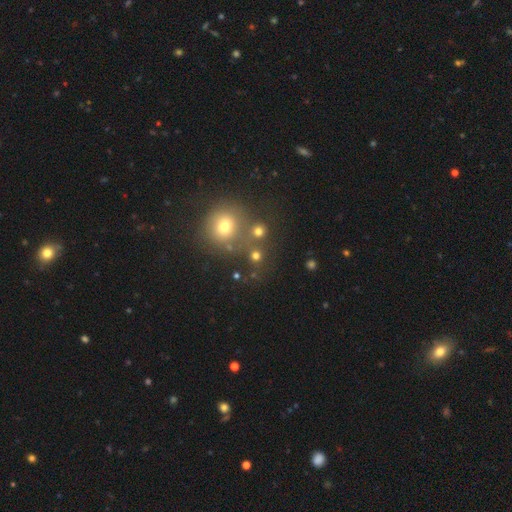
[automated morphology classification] Overall: smooth (70%). How rounded: round (90%). Merging: none (70%).